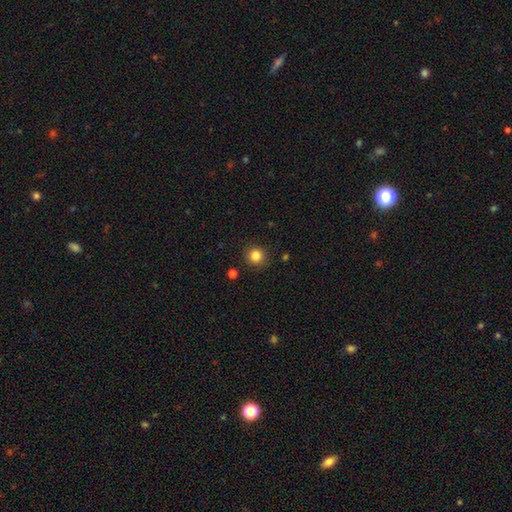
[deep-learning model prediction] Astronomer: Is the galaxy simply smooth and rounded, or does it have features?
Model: smooth — 84%.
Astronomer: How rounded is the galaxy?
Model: round — 93%.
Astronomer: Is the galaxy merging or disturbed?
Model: none — 90%.